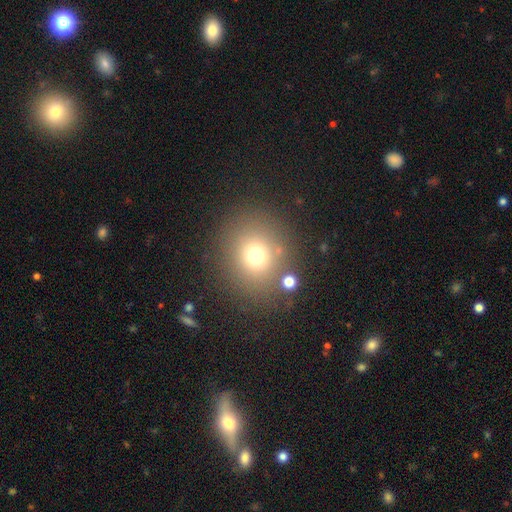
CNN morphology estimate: Q: Smooth or featured?
A: smooth (70%); runner-up: star or artifact (19%)
Q: How rounded?
A: round (82%); runner-up: in between (17%)
Q: Merging?
A: none (80%); runner-up: minor disturbance (9%)